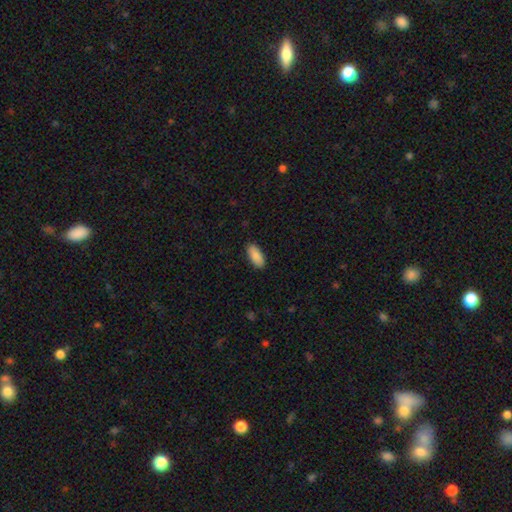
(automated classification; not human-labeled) Smooth or featured? smooth (87%)
How rounded? in between (90%)
Merging? none (88%)